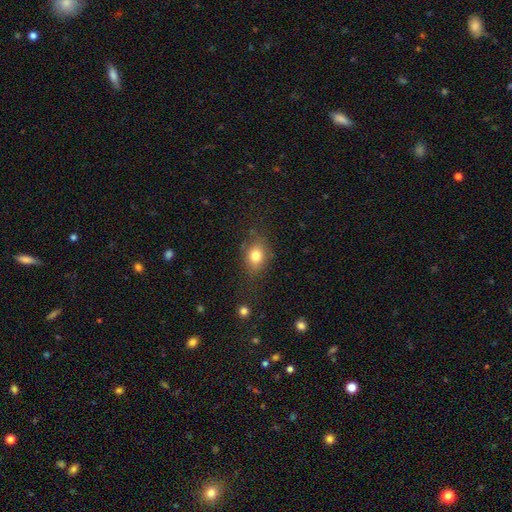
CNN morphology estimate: Smooth or featured: smooth — 79% (featured or disk — 10%)
How rounded: in between — 61% (round — 37%)
Merging: none — 72% (minor disturbance — 19%)